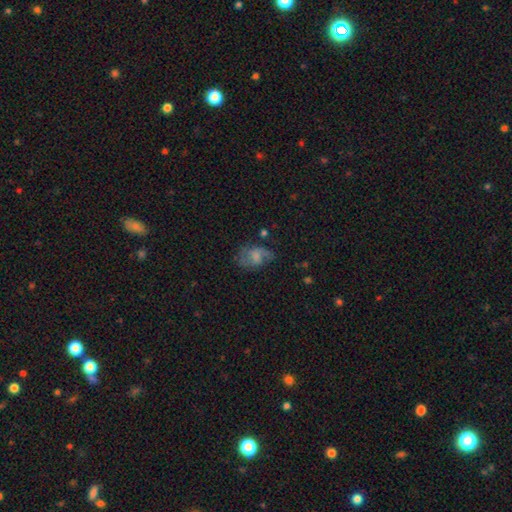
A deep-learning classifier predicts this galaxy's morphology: Smooth or featured? Predicted: smooth (p=0.47). Merging? Predicted: none (p=0.46).